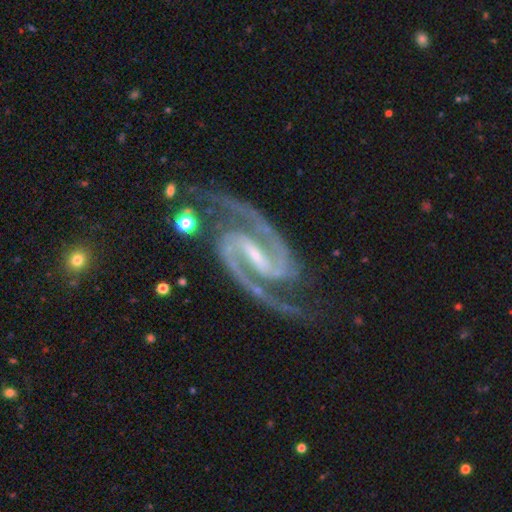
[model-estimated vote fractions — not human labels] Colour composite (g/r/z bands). It shows a featured or disk galaxy (95%) with a strong bar (62%), 2 (95%) medium (62%) spiral arms (99%) and a small central bulge (70%). Merging: none (76%).